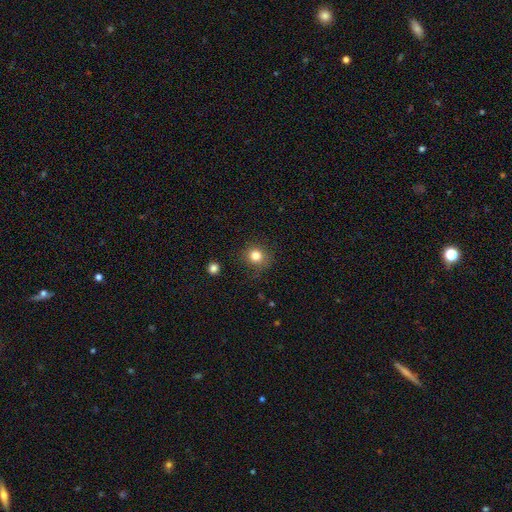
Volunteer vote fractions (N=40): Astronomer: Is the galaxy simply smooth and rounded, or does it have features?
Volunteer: smooth — 92%.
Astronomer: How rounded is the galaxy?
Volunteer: round — 97%.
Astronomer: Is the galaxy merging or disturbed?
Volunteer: none — 78%.